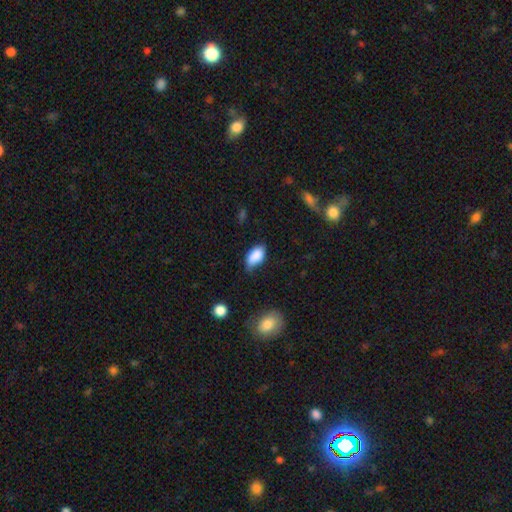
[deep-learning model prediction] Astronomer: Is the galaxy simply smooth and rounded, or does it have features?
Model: smooth — 85%.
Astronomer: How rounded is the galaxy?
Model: in between — 92%.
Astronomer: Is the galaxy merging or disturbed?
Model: none — 52% (runner-up: minor disturbance, 37%).